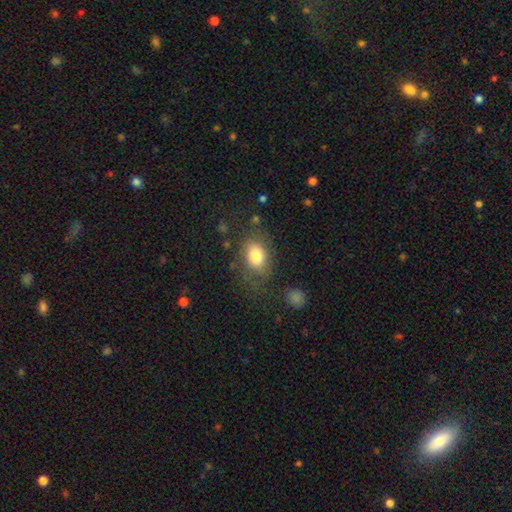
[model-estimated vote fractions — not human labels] A smooth galaxy with no disk features (79%) that is in between round and cigar-shaped (72%).

Vote fractions:
- Smooth or featured? smooth: 79% / featured or disk: 12% / star or artifact: 9%
- How rounded? in between: 72% / round: 27% / cigar-shaped: 1%
- Merging? none: 66% / minor disturbance: 19% / major disturbance: 12% / merger: 3%